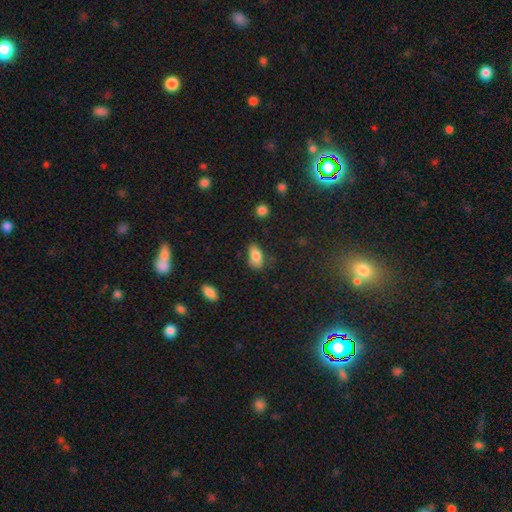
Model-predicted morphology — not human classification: smooth 81%, featured or disk 11%, star or artifact 9%. Down the decision tree: how rounded — in between (89%); merging — none (54%).